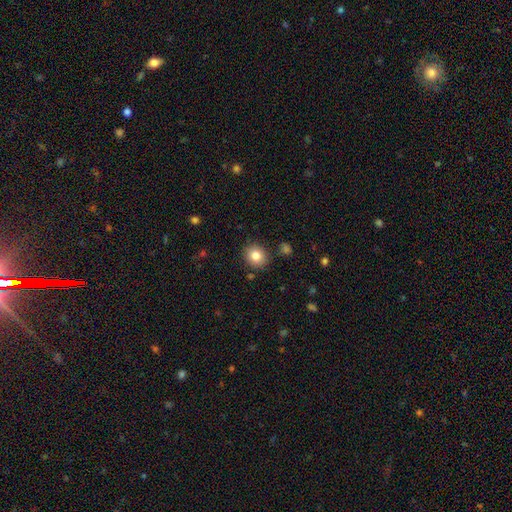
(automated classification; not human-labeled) Morphology: type=smooth (83%); roundness=round (77%); merging=none (87%).